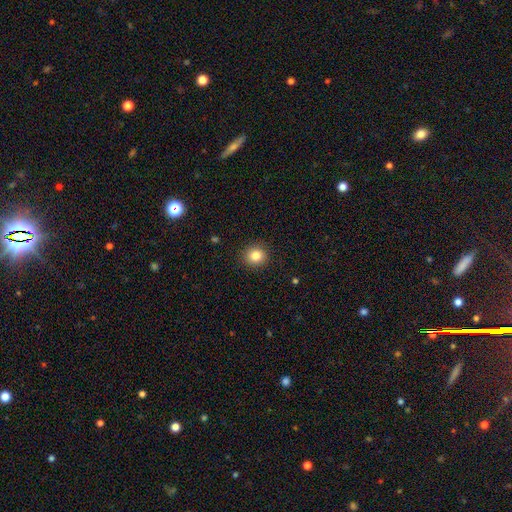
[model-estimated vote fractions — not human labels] smooth 83%, star or artifact 11%, featured or disk 6%. Down the decision tree: how rounded — round (85%); merging — none (91%).